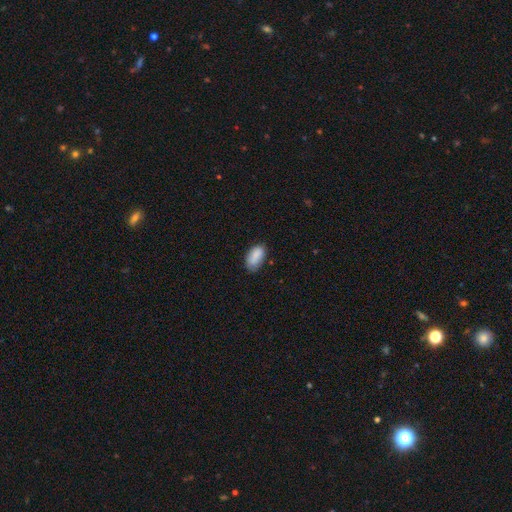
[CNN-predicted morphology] Smooth or featured? Predicted: smooth (p=0.87). How rounded? Predicted: in between (p=0.94). Merging? Predicted: none (p=0.68).